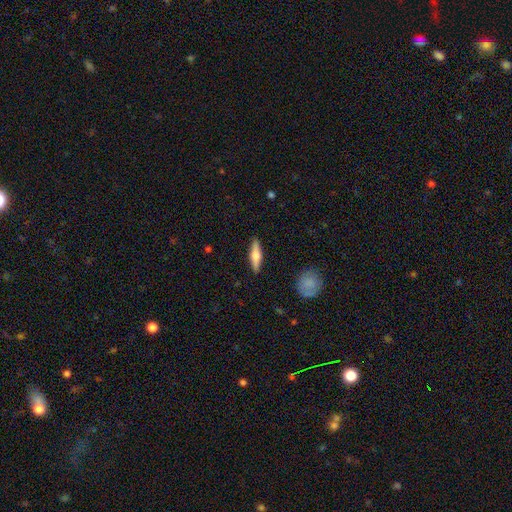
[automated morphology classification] A smooth galaxy with no disk features (54%) that is cigar-shaped (68%). Merging: none (89%).